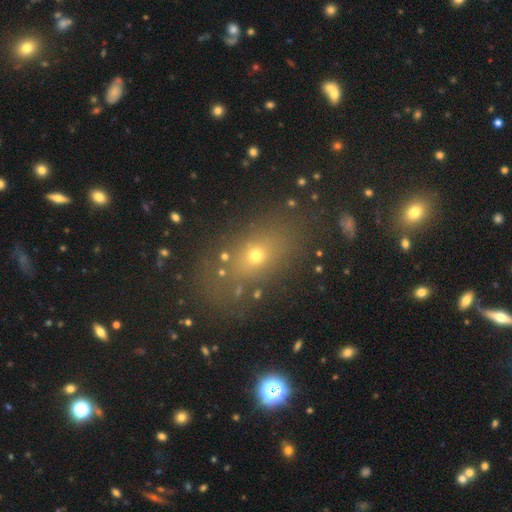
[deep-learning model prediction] smooth_or_featured: smooth (p=0.59) [alt: star or artifact p=0.26]
how_rounded: in between (p=0.64) [alt: round p=0.32]
merging: none (p=0.79) [alt: minor disturbance p=0.11]